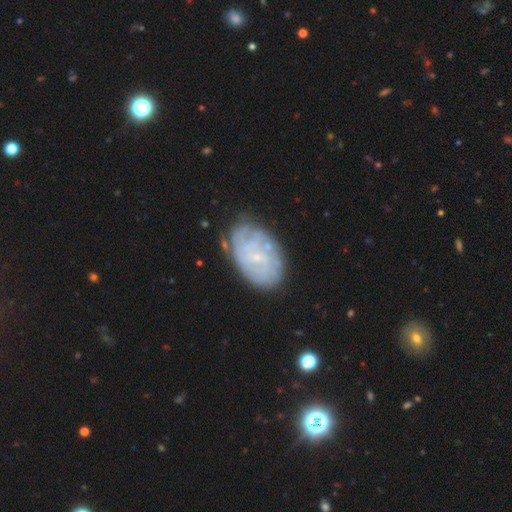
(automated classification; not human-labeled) featured or disk 70%, smooth 22%, star or artifact 8%. Down the decision tree: edge-on disk — no (96%); bar — no (59%); spiral arms — yes (78%); spiral arm count — can't tell (59%); spiral winding — tight (70%); bulge size — small (80%); merging — none (69%).